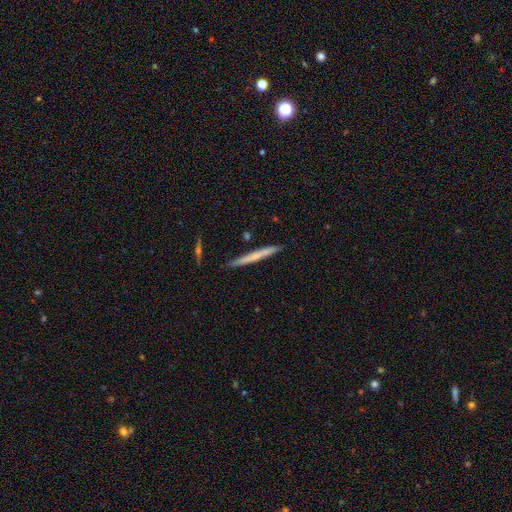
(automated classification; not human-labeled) Smooth or featured: smooth — 54% (featured or disk — 40%)
How rounded: cigar-shaped — 97% (in between — 2%)
Merging: none — 88% (minor disturbance — 8%)